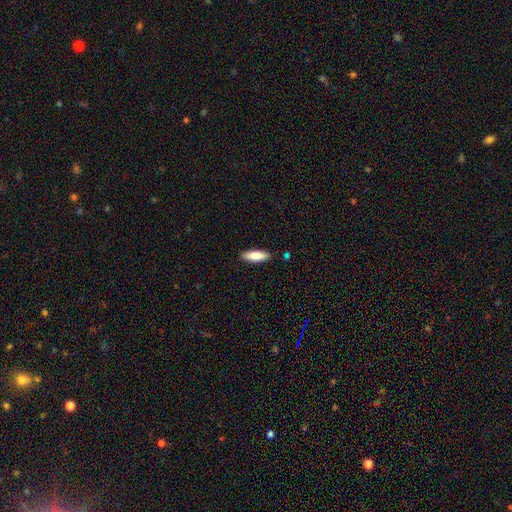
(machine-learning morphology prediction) Smooth or featured?
  - smooth: 82% *
  - featured or disk: 12%
  - star or artifact: 6%
How rounded?
  - in between: 51% *
  - cigar-shaped: 48%
  - round: 2%
Merging?
  - none: 87% *
  - minor disturbance: 9%
  - major disturbance: 2%
  - merger: 2%